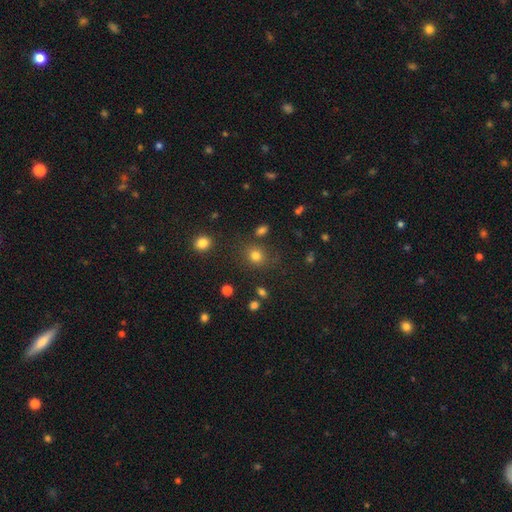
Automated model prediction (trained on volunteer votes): smooth-or-featured: smooth: 77% | star or artifact: 16% | featured or disk: 7%
  how-rounded: round: 73% | in between: 26% | cigar-shaped: 1%
  merging: none: 78% | minor disturbance: 11% | merger: 6% | major disturbance: 5%